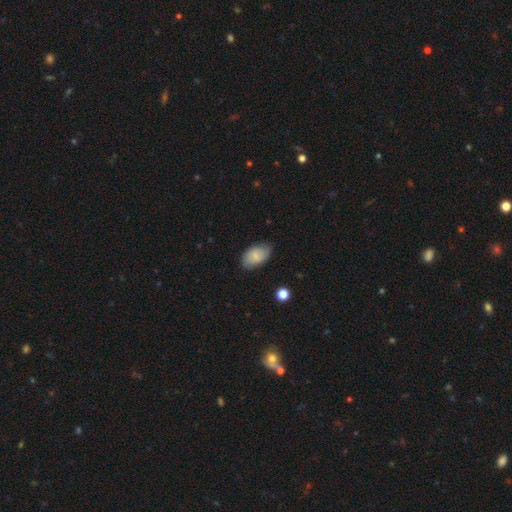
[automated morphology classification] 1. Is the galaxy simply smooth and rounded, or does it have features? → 80% smooth, 13% featured or disk, 7% star or artifact.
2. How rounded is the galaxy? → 92% in between, 7% round, 2% cigar-shaped.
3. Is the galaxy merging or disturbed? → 73% none, 22% minor disturbance, 4% major disturbance, 1% merger.